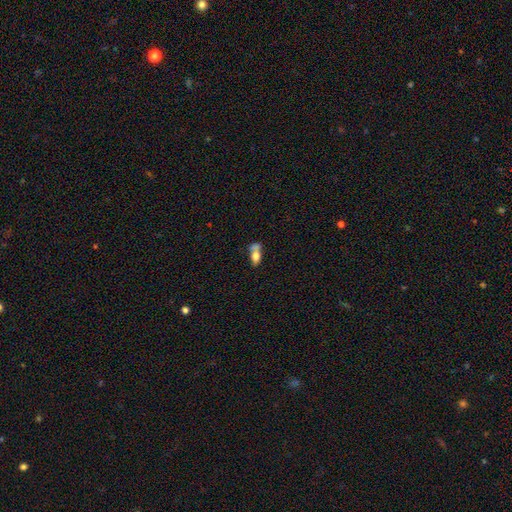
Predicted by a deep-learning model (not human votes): This is likely a smooth galaxy (70%). How rounded: likely in between (79%). Merging: possibly merger (50%).